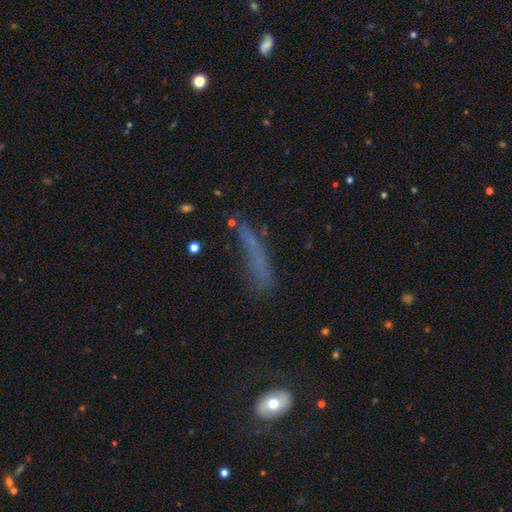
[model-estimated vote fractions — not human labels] smooth 51%, featured or disk 28%, star or artifact 21%. Down the decision tree: how rounded — cigar-shaped (79%); merging — none (48%).